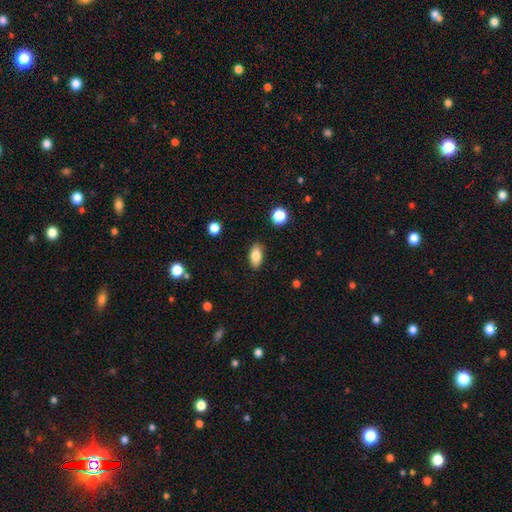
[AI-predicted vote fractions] Q: Smooth or featured?
A: smooth (82%); runner-up: featured or disk (10%)
Q: How rounded?
A: in between (89%); runner-up: cigar-shaped (6%)
Q: Merging?
A: none (88%); runner-up: minor disturbance (9%)